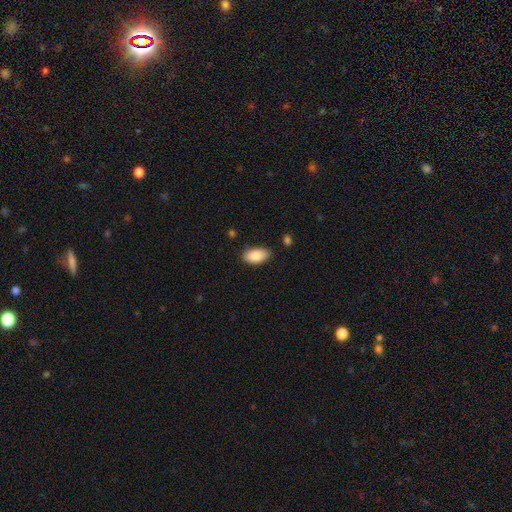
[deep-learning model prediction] smooth_or_featured: smooth (p=0.87) [alt: featured or disk p=0.07]
how_rounded: in between (p=0.94) [alt: round p=0.03]
merging: none (p=0.84) [alt: minor disturbance p=0.11]